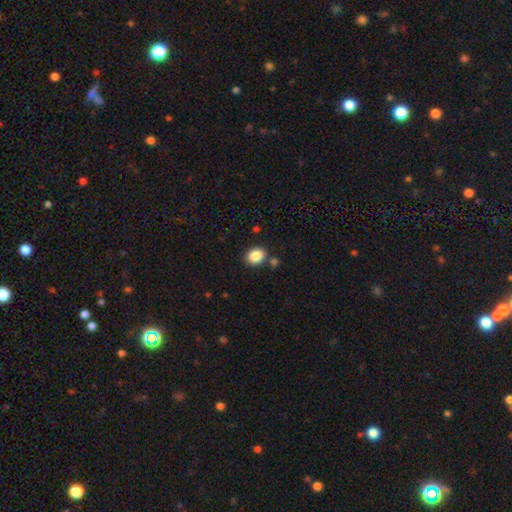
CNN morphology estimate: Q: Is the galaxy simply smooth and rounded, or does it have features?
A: smooth — 87%.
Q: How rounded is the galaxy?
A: in between — 59%.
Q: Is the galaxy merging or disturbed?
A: none — 80%.